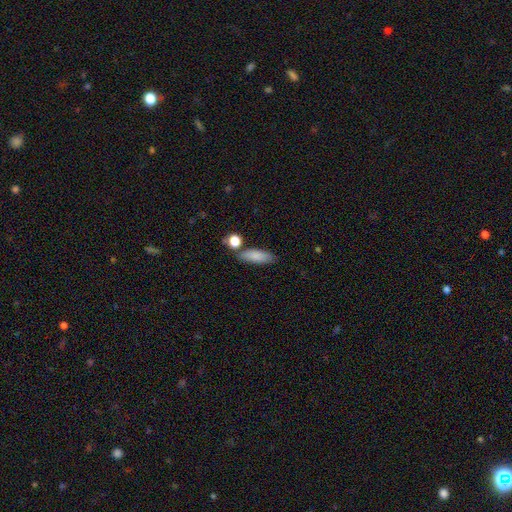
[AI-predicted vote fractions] Morphology: type=smooth (84%); roundness=in between (63%); merging=none (74%).